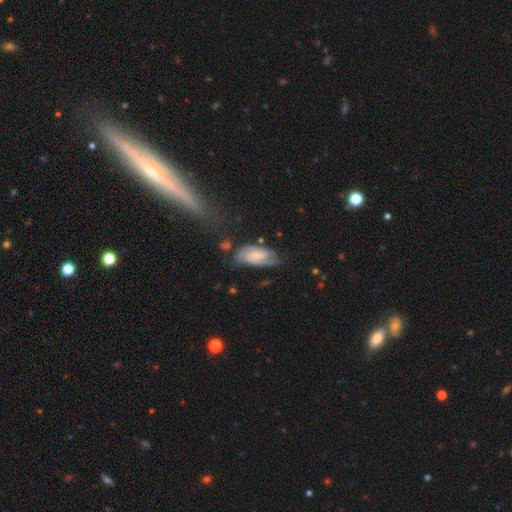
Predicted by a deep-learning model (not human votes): Smooth or featured?
  - featured or disk: 69% *
  - smooth: 24%
  - star or artifact: 7%
Edge-on disk?
  - no: 95% *
  - yes: 5%
Bar?
  - no: 49% *
  - weak: 41%
  - strong: 10%
Spiral arms?
  - yes: 92% *
  - no: 8%
Spiral winding?
  - tight: 44% *
  - medium: 42%
  - loose: 14%
Spiral arm count?
  - 2: 60% *
  - can't tell: 20%
  - 3: 11%
  - 1: 4%
  - 4: 2%
  - more than 4: 2%
Bulge size?
  - small: 58% *
  - moderate: 28%
  - none: 10%
  - large: 3%
  - dominant: 1%
Merging?
  - none: 57% *
  - minor disturbance: 26%
  - major disturbance: 12%
  - merger: 4%